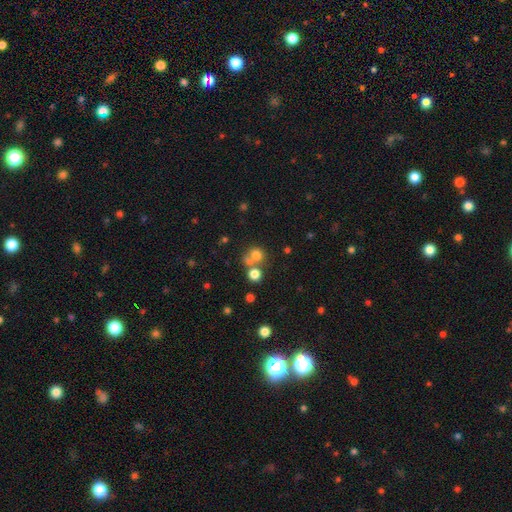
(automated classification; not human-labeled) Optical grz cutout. It shows a smooth galaxy with no disk features (72%) that is round (85%). Merging: none (50%).